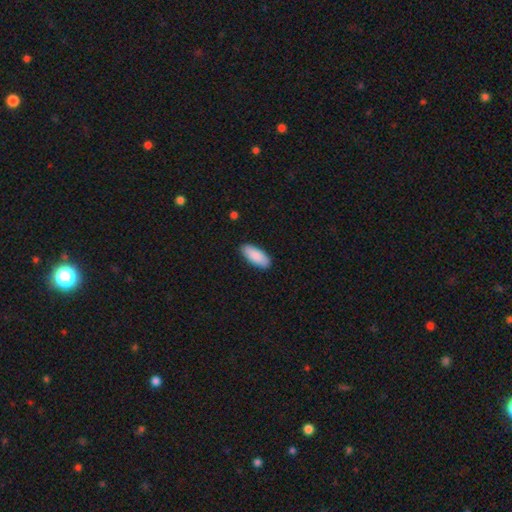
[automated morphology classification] Q: Smooth or featured?
A: smooth (89%); runner-up: featured or disk (6%)
Q: How rounded?
A: in between (82%); runner-up: cigar-shaped (17%)
Q: Merging?
A: none (89%); runner-up: minor disturbance (9%)